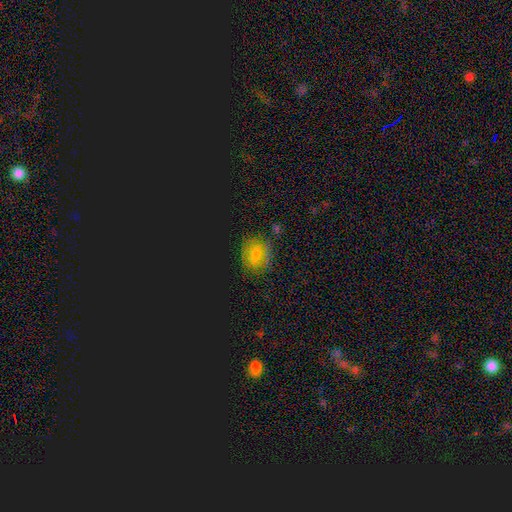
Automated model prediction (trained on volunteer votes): smooth-or-featured: smooth: 47% | star or artifact: 32% | featured or disk: 21%
  merging: none: 75% | minor disturbance: 16% | major disturbance: 6% | merger: 3%